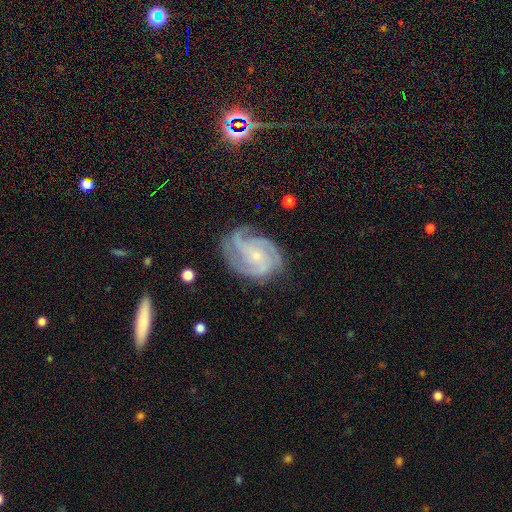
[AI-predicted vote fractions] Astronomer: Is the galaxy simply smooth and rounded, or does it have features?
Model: featured or disk — 90%.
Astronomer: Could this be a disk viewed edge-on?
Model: no — 98%.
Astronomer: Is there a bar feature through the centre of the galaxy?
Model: no — 66%.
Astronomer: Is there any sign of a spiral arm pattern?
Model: yes — 98%.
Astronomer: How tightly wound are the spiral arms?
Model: tight — 53% (runner-up: medium, 41%).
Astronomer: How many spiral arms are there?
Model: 3 — 54%.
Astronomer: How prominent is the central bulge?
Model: small — 77%.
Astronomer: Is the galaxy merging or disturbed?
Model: none — 73%.